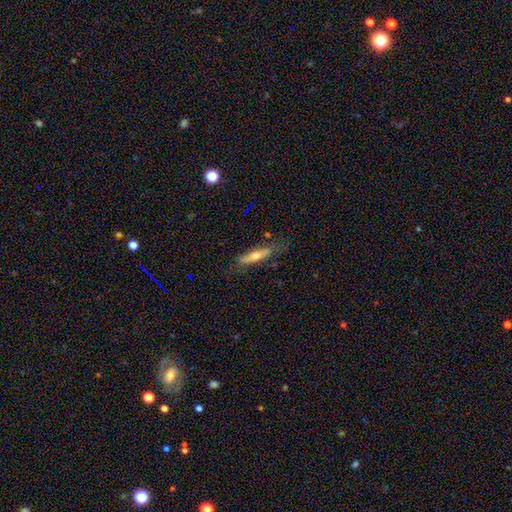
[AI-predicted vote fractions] This appears to be a featured or disk galaxy (48%). Merging: none (69%).